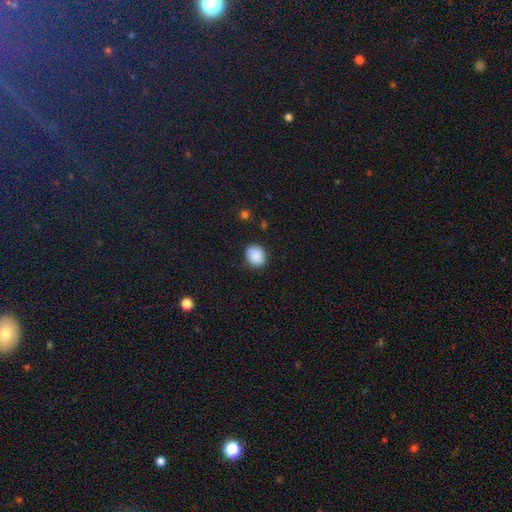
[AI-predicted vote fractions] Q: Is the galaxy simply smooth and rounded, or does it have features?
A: smooth — 89%.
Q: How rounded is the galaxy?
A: in between — 54%.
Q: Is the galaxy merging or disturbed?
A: none — 79%.